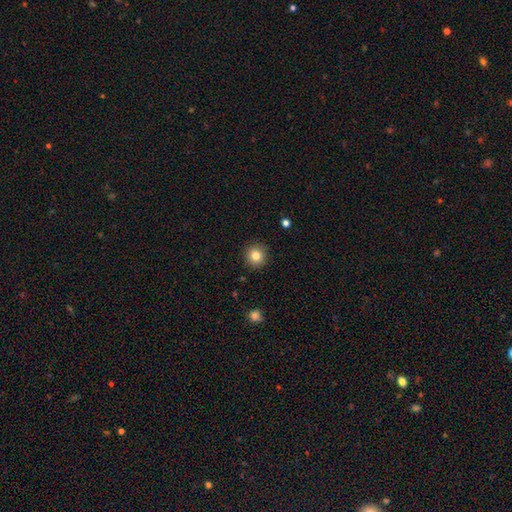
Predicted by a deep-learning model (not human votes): A smooth galaxy with no disk features (82%) that is round (94%).

Vote fractions:
- Smooth or featured? smooth: 82% / star or artifact: 10% / featured or disk: 7%
- How rounded? round: 94% / in between: 5% / cigar-shaped: 1%
- Merging? none: 91% / minor disturbance: 6% / major disturbance: 2% / merger: 1%